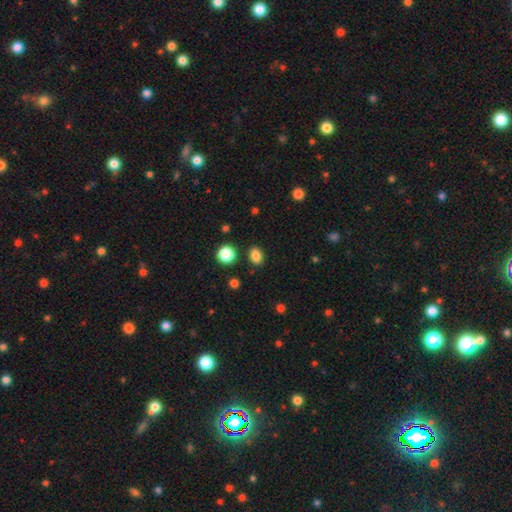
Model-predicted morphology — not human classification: smooth 85%, star or artifact 12%, featured or disk 4%. Down the decision tree: how rounded — in between (67%); merging — none (86%).